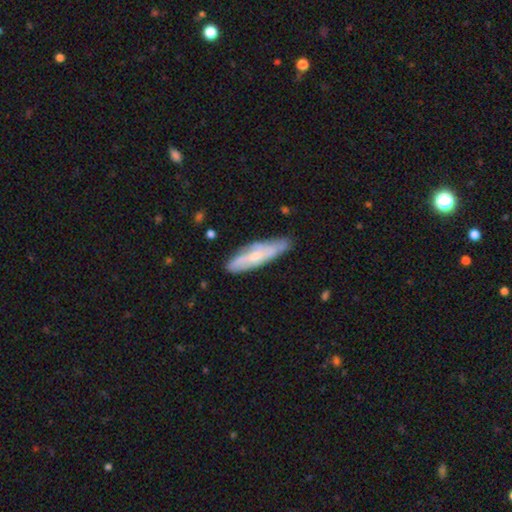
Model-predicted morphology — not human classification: This appears to be a featured or disk galaxy (52%). Merging: none (69%).